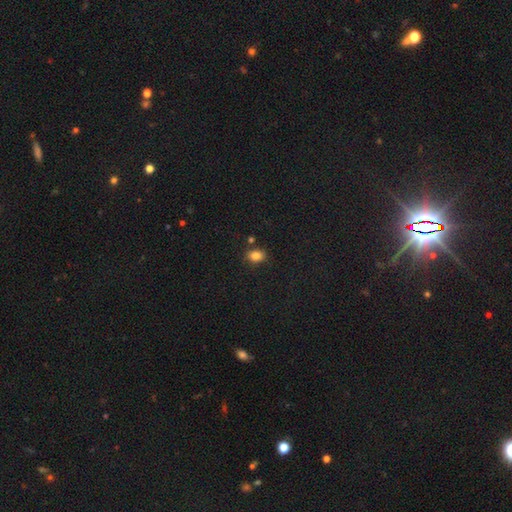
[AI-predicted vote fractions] The model was most divided on "how rounded": in between: 65%, round: 34%, cigar-shaped: 1%. More confident: smooth or featured — smooth (84%); merging — none (77%).